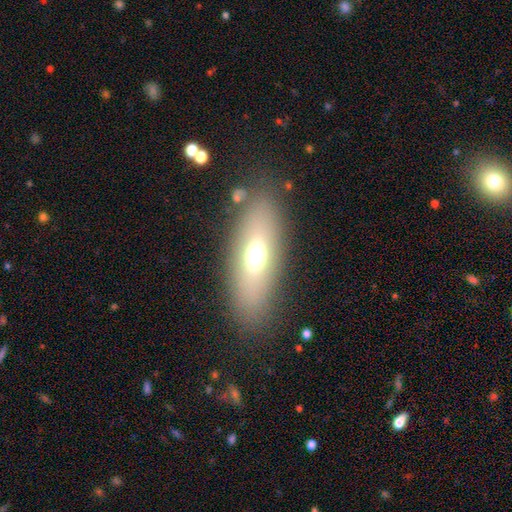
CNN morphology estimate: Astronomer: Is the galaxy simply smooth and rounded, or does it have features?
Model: smooth — 60%.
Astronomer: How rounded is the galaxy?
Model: in between — 71%.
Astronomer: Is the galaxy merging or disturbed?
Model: none — 81%.